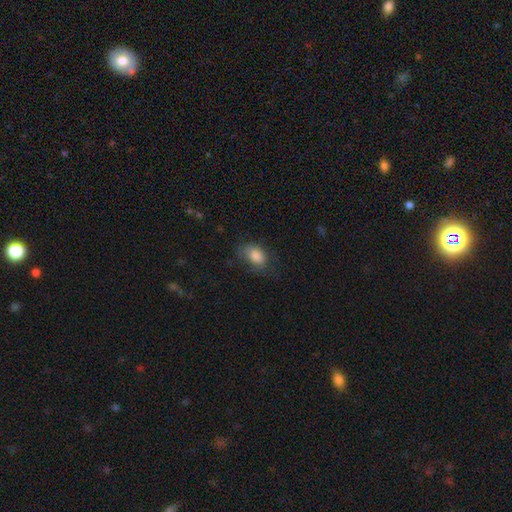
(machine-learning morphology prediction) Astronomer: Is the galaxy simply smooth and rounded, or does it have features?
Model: smooth — 83%.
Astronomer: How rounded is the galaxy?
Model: in between — 83%.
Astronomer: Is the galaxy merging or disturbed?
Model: none — 61%.